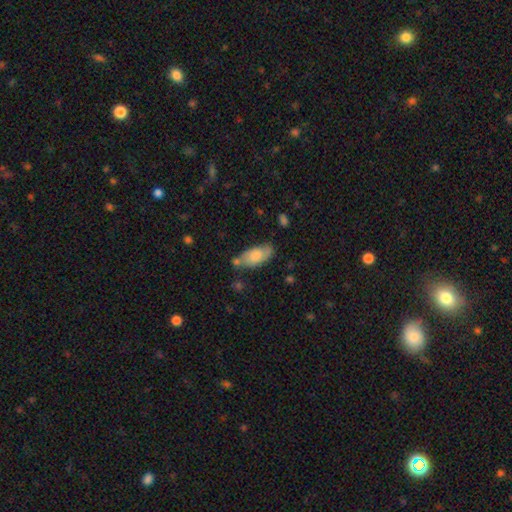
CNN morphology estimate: A smooth galaxy with no disk features (63%) that is in between round and cigar-shaped (89%). Merging: none (57%).